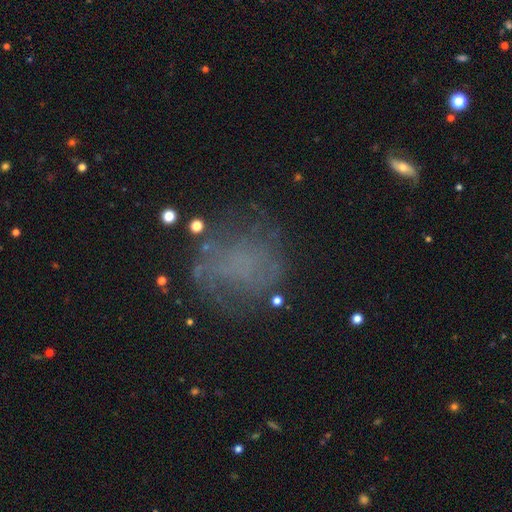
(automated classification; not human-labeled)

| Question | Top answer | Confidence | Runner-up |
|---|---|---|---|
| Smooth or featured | featured or disk | 43% | smooth (35%) |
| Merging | none | 59% | minor disturbance (19%) |